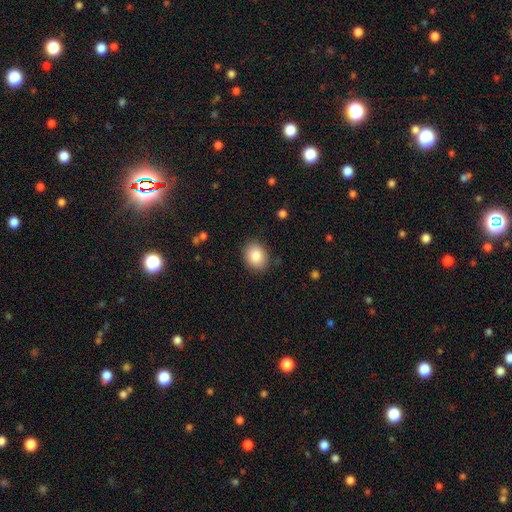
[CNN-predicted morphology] Smooth or featured? smooth (85%)
How rounded? round (52%)
Merging? none (86%)